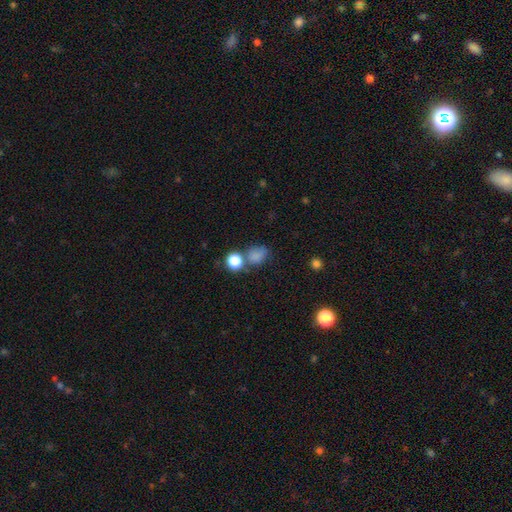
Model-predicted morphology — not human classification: smooth_or_featured: smooth (p=0.79) [alt: star or artifact p=0.14]
how_rounded: round (p=0.55) [alt: in between p=0.44]
merging: none (p=0.50) [alt: merger p=0.25]